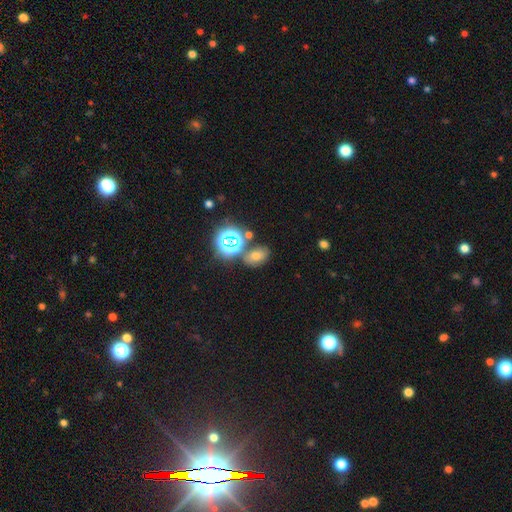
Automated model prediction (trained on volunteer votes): The model was most divided on "smooth or featured": smooth: 54%, star or artifact: 33%, featured or disk: 13%. More confident: merging — none (70%); how rounded — in between (70%).